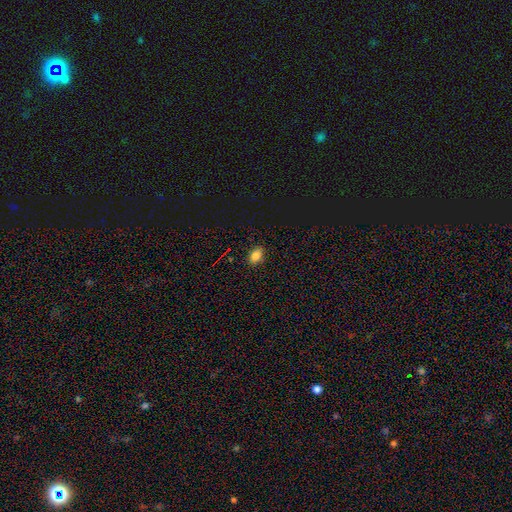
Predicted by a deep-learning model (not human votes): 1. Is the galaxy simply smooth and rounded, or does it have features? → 82% smooth, 13% star or artifact, 6% featured or disk.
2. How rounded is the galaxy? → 80% in between, 18% round, 2% cigar-shaped.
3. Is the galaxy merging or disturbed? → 86% none, 10% minor disturbance, 2% major disturbance, 1% merger.